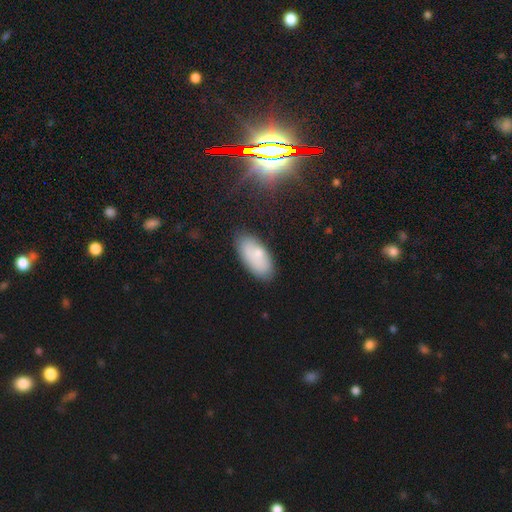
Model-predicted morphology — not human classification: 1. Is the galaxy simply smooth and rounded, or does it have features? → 70% smooth, 22% featured or disk, 8% star or artifact.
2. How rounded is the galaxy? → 92% in between, 6% cigar-shaped, 3% round.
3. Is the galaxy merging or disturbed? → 75% none, 17% minor disturbance, 4% merger, 4% major disturbance.